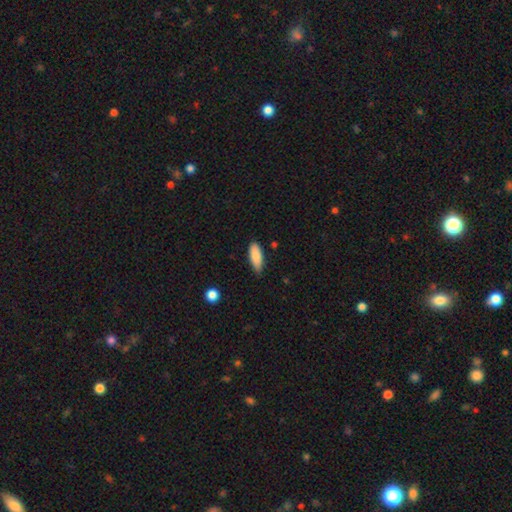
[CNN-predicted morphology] smooth_or_featured: smooth (p=0.87) [alt: featured or disk p=0.07]
how_rounded: in between (p=0.71) [alt: cigar-shaped p=0.27]
merging: none (p=0.73) [alt: minor disturbance p=0.22]